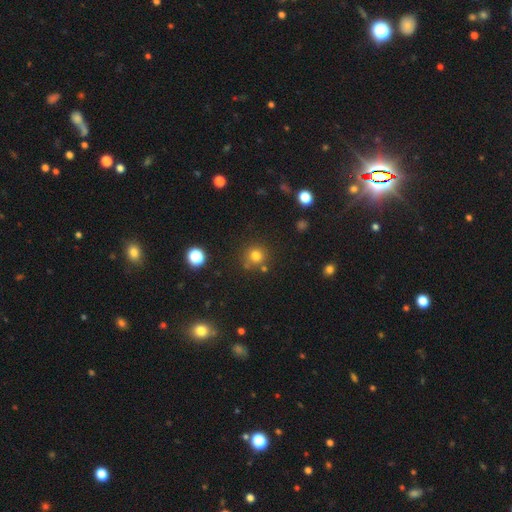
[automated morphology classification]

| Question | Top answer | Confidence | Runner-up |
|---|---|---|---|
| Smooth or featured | smooth | 77% | star or artifact (16%) |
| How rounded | round | 91% | in between (8%) |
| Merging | none | 75% | minor disturbance (13%) |